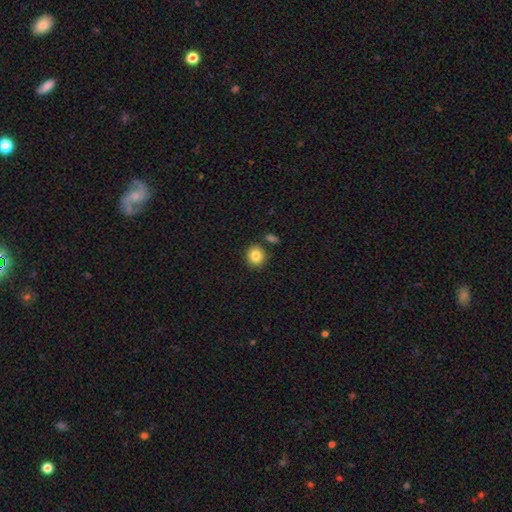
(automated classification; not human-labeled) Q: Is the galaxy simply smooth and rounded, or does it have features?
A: smooth — 84%.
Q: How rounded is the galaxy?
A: round — 87%.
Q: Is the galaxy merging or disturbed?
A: none — 83%.